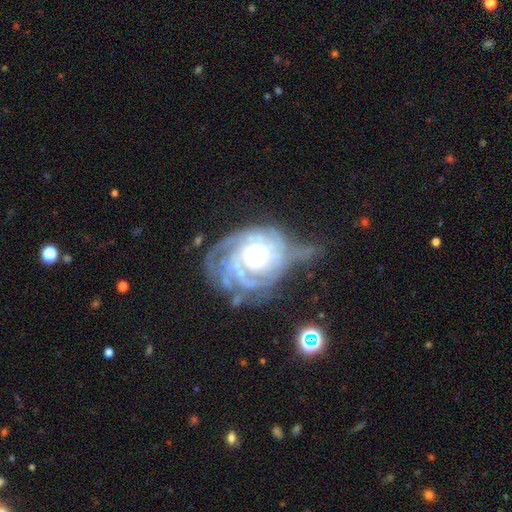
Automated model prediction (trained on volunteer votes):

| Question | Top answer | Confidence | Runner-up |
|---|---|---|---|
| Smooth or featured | featured or disk | 86% | smooth (8%) |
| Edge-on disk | no | 97% | yes (3%) |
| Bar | no | 76% | weak (18%) |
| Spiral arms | yes | 94% | no (6%) |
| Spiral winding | tight | 70% | medium (23%) |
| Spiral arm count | can't tell | 34% | 3 (20%) |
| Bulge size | moderate | 59% | large (29%) |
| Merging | none | 49% | minor disturbance (26%) |